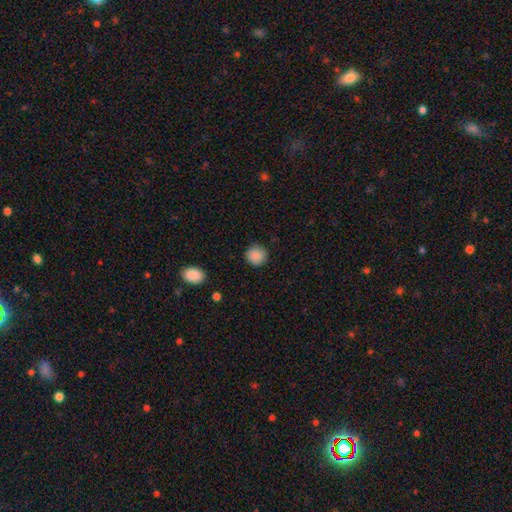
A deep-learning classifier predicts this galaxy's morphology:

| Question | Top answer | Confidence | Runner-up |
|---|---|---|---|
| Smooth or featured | smooth | 88% | star or artifact (9%) |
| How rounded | round | 92% | in between (7%) |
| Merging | none | 89% | minor disturbance (8%) |